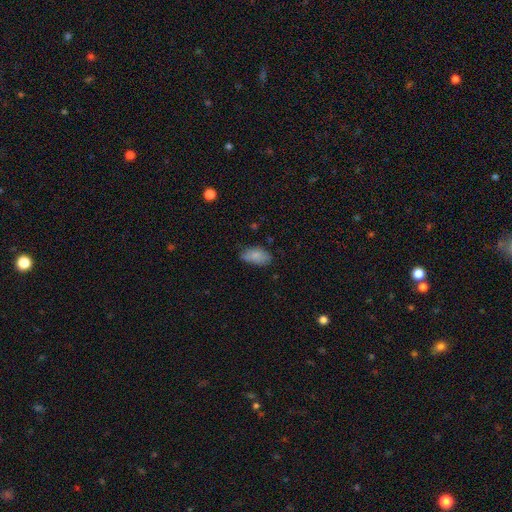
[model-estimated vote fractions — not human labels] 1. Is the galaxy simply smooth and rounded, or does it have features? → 80% smooth, 12% featured or disk, 8% star or artifact.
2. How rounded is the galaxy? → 93% in between, 4% round, 4% cigar-shaped.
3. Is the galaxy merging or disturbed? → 57% none, 32% minor disturbance, 8% major disturbance, 3% merger.